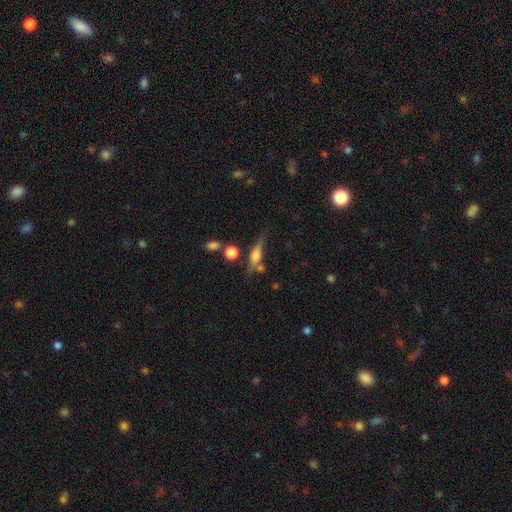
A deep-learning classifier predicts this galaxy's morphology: Smooth or featured?
  - smooth: 45% * (tied)
  - featured or disk: 45% * (tied)
  - star or artifact: 10%
Merging?
  - none: 60% *
  - minor disturbance: 19%
  - merger: 12%
  - major disturbance: 9%